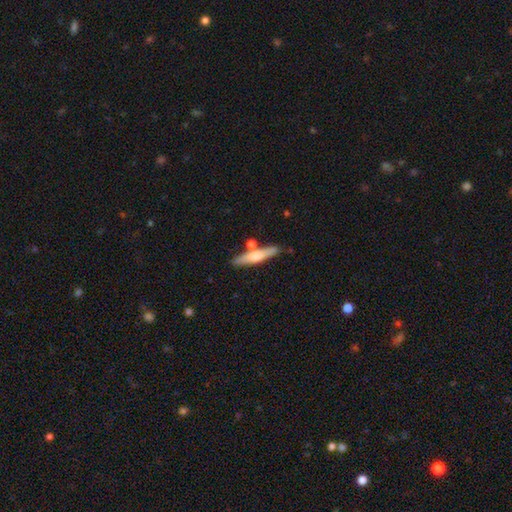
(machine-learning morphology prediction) The model was most divided on "smooth or featured": smooth: 55%, featured or disk: 40%, star or artifact: 5%. More confident: how rounded — cigar-shaped (86%); merging — none (76%).